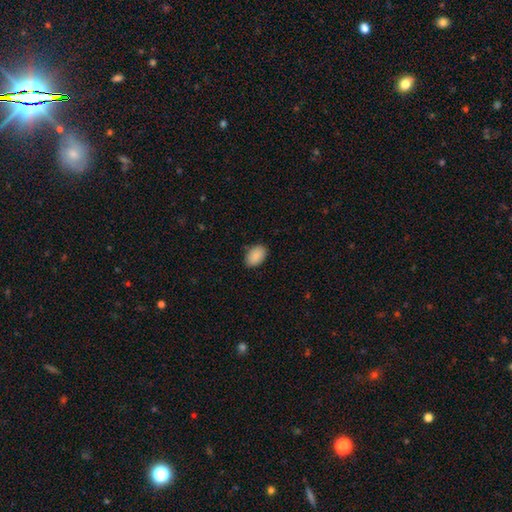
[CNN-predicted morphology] Smooth or featured? Predicted: smooth (p=0.90). How rounded? Predicted: in between (p=0.89). Merging? Predicted: none (p=0.86).